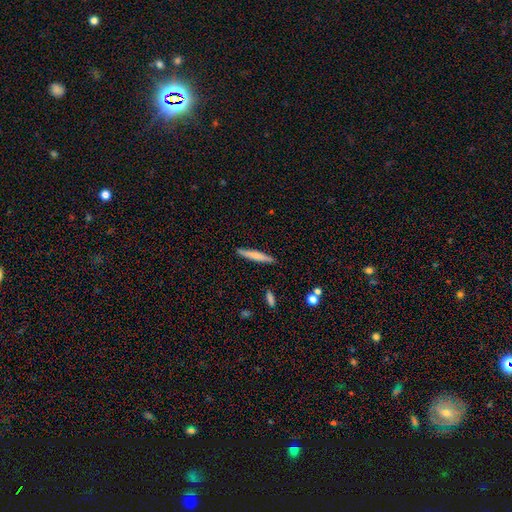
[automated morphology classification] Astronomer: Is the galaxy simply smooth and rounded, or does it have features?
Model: smooth — 67%.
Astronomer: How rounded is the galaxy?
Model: cigar-shaped — 94%.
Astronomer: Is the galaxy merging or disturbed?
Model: none — 88%.